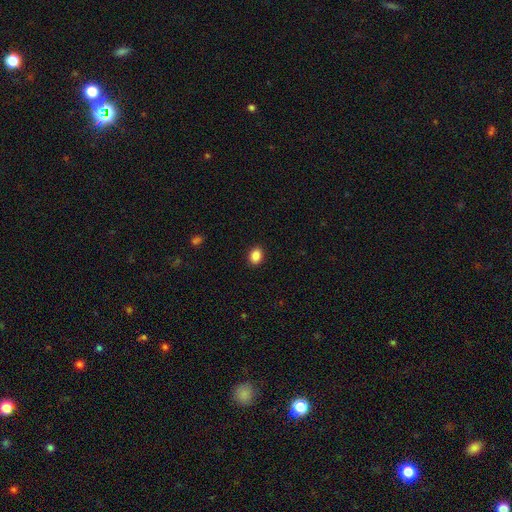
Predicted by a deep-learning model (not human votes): The model was most divided on "how rounded": in between: 61%, round: 38%, cigar-shaped: 1%. More confident: merging — none (91%); smooth or featured — smooth (88%).